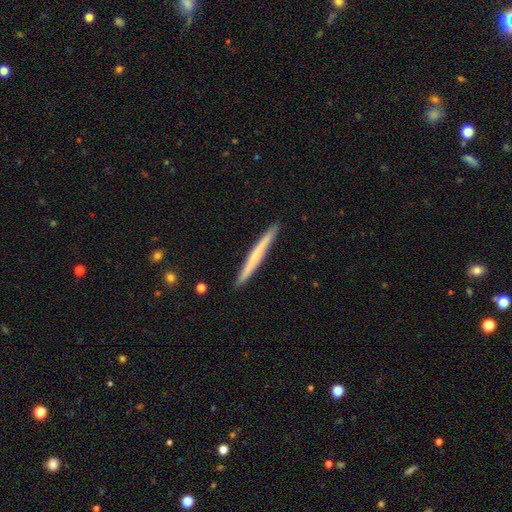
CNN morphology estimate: featured or disk 48%, smooth 46%, star or artifact 6%. Down the decision tree: merging — none (92%).